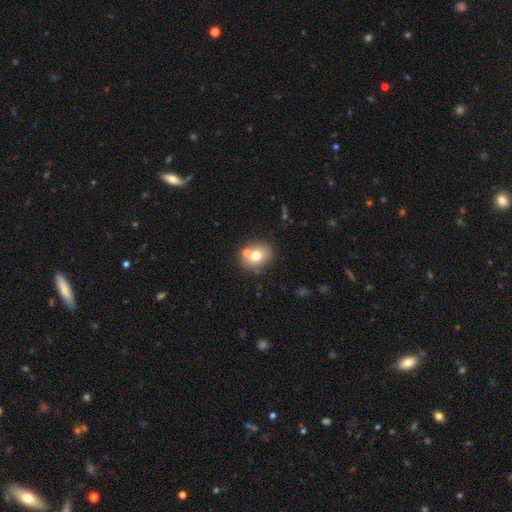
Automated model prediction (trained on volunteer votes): Smooth or featured? Predicted: smooth (p=0.71). How rounded? Predicted: round (p=0.62). Merging? Predicted: none (p=0.66).